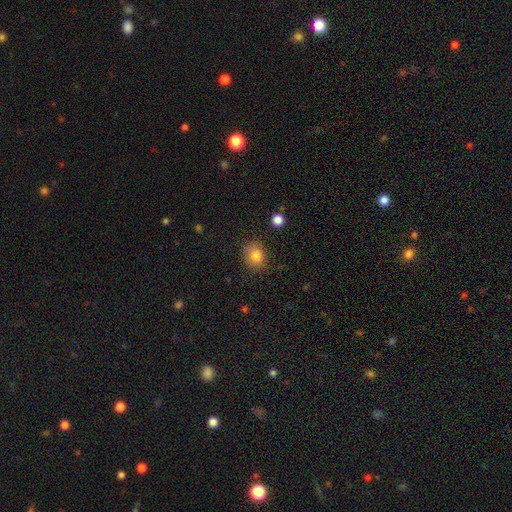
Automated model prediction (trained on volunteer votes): This appears to be a smooth galaxy with no disk features (82%) that is round (61%). Merging: none (78%).